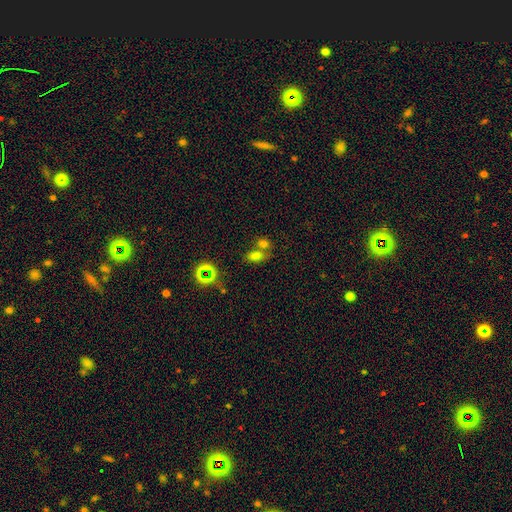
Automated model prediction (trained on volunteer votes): This is likely a smooth galaxy (68%). How rounded: clearly in between (81%). Merging: marginally merger (42%, tied with none).